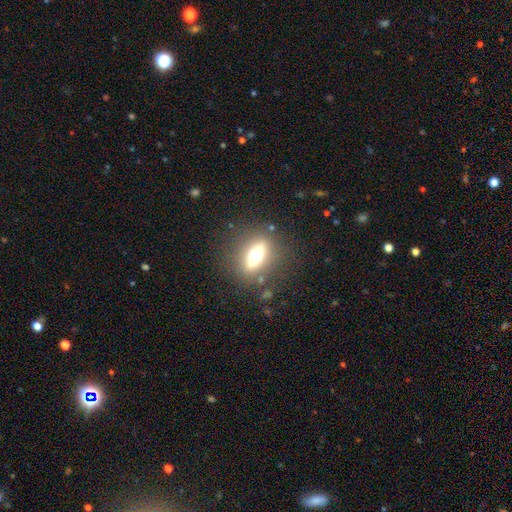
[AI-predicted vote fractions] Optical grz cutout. It shows a featured or disk galaxy (53%) viewed edge-on (74%). Merging: none (82%).